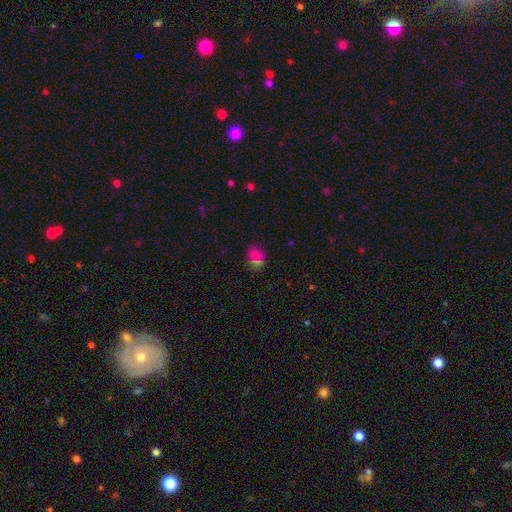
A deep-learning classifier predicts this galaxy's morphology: This is likely a smooth galaxy (65%). How rounded: likely round (61%). Merging: likely none (77%).